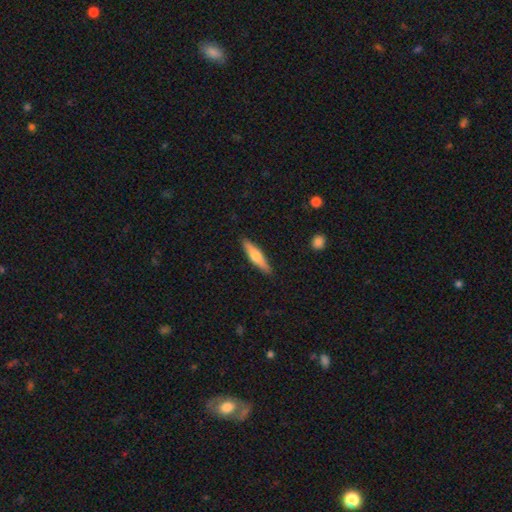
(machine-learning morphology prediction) smooth-or-featured: smooth: 58% | featured or disk: 37% | star or artifact: 5%
  how-rounded: cigar-shaped: 79% | in between: 19% | round: 2%
  merging: none: 89% | minor disturbance: 8% | major disturbance: 2% | merger: 1%